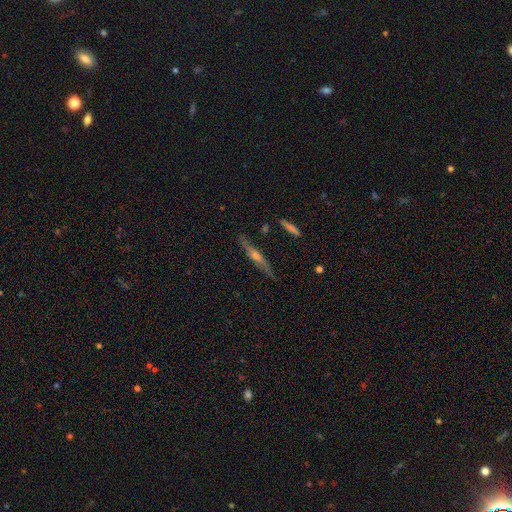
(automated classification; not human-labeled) Smooth or featured?
  - featured or disk: 69% *
  - smooth: 24%
  - star or artifact: 7%
Edge-on disk?
  - yes: 92% *
  - no: 8%
Edge-on bulge?
  - rounded: 79% *
  - none: 15%
  - boxy: 5%
Merging?
  - none: 83% *
  - minor disturbance: 13%
  - major disturbance: 3%
  - merger: 2%